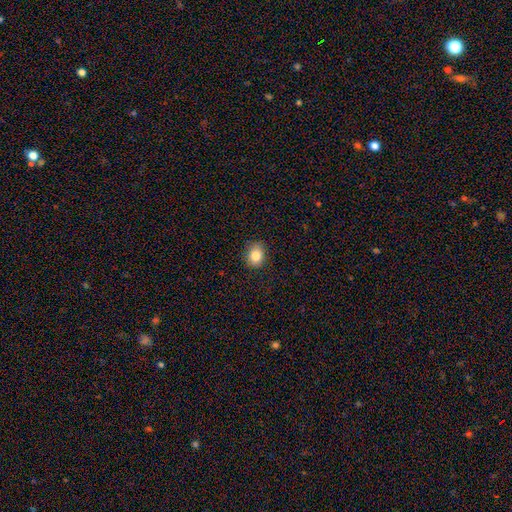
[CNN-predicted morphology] This appears to be a smooth galaxy with no disk features (84%) that is round (51%). Merging: none (85%).